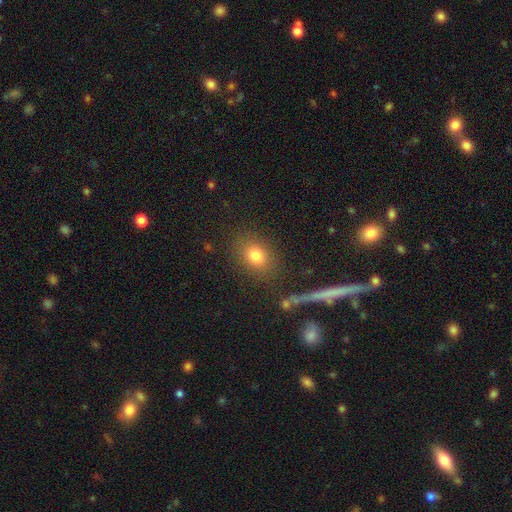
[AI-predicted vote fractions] Overall: smooth (80%). How rounded: in between (55%; round 44%). Merging: none (81%).